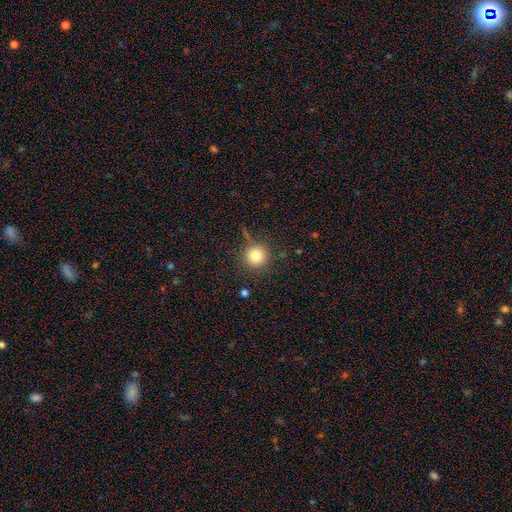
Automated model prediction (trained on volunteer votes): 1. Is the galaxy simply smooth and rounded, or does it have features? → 81% smooth, 12% star or artifact, 7% featured or disk.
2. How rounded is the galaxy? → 95% round, 4% in between, 1% cigar-shaped.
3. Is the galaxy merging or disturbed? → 80% none, 11% minor disturbance, 5% major disturbance, 4% merger.